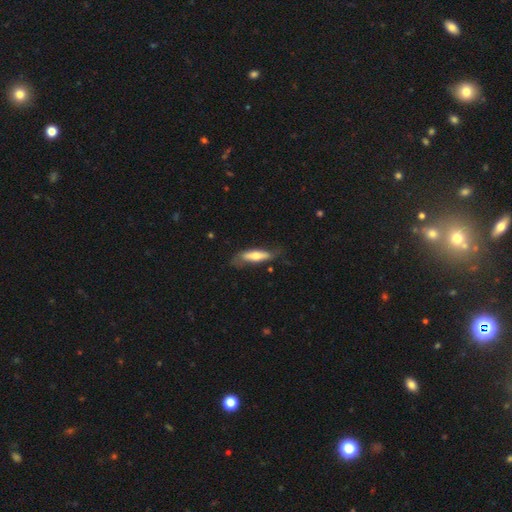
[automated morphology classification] smooth-or-featured: smooth: 55% | featured or disk: 40% | star or artifact: 5%
  how-rounded: cigar-shaped: 61% | in between: 37% | round: 2%
  merging: none: 62% | minor disturbance: 26% | major disturbance: 11% | merger: 2%